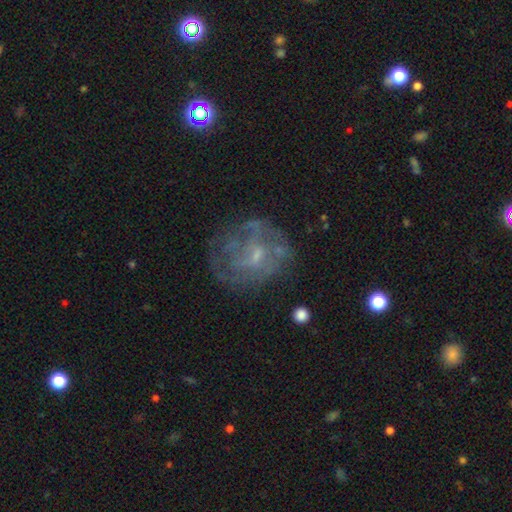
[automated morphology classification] The model was most divided on "spiral arms": no: 58%, yes: 42%. More confident: edge-on disk — no (98%); smooth or featured — featured or disk (64%); bar — no (60%); bulge size — small (59%); merging — none (59%).